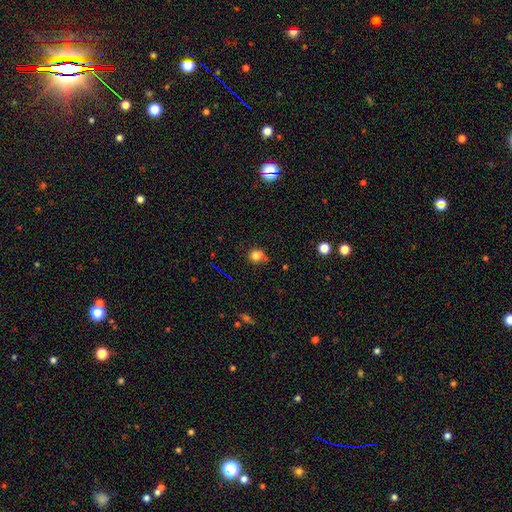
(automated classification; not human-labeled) smooth_or_featured: smooth (p=0.75) [alt: star or artifact p=0.15]
how_rounded: round (p=0.72) [alt: in between p=0.27]
merging: none (p=0.50) [alt: merger p=0.31]